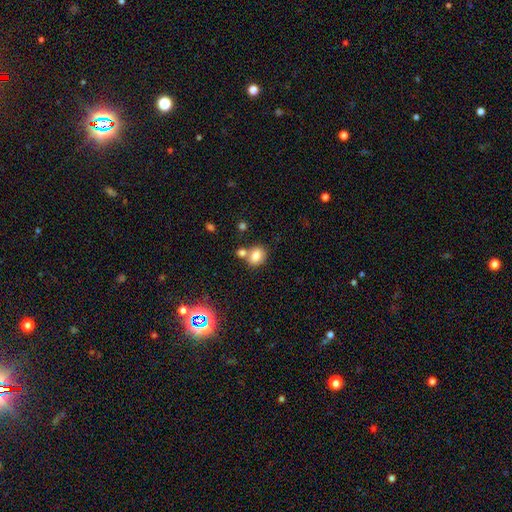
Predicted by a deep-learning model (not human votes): A smooth galaxy with no disk features (80%) that is round (56%).

Vote fractions:
- Smooth or featured? smooth: 80% / star or artifact: 11% / featured or disk: 9%
- How rounded? round: 56% / in between: 43% / cigar-shaped: 1%
- Merging? none: 57% / merger: 28% / minor disturbance: 11% / major disturbance: 3%